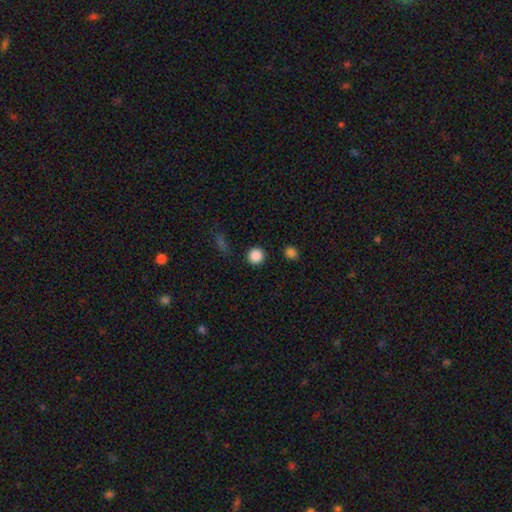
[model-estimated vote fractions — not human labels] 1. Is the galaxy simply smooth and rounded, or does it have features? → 86% smooth, 11% star or artifact, 3% featured or disk.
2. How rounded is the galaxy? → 95% round, 4% in between, 1% cigar-shaped.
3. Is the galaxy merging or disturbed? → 91% none, 5% minor disturbance, 2% major disturbance, 2% merger.